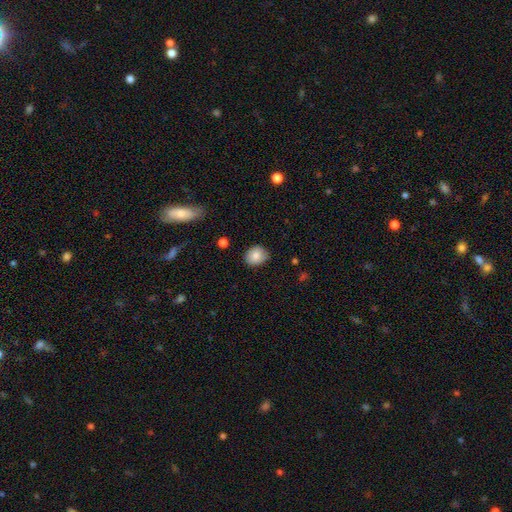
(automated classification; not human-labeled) Morphology: type=smooth (83%); roundness=round (63%); merging=none (82%).